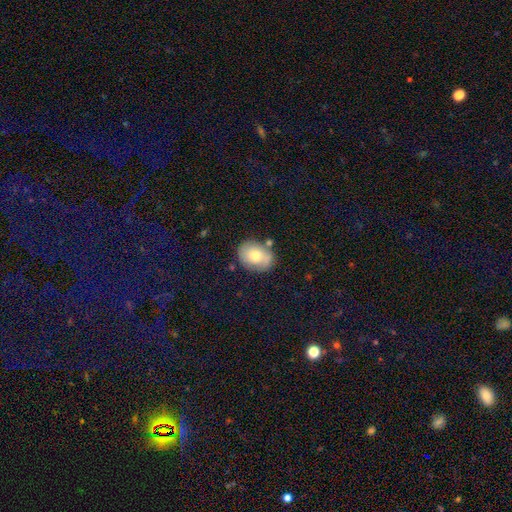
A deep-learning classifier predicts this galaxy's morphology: smooth 62%, featured or disk 30%, star or artifact 8%. Down the decision tree: how rounded — in between (56%); merging — none (70%).